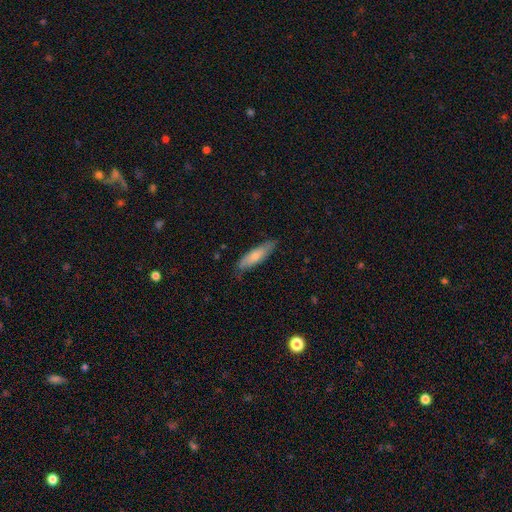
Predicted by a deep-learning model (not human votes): smooth_or_featured: smooth (p=0.67) [alt: featured or disk p=0.27]
how_rounded: cigar-shaped (p=0.68) [alt: in between p=0.30]
merging: none (p=0.80) [alt: minor disturbance p=0.16]